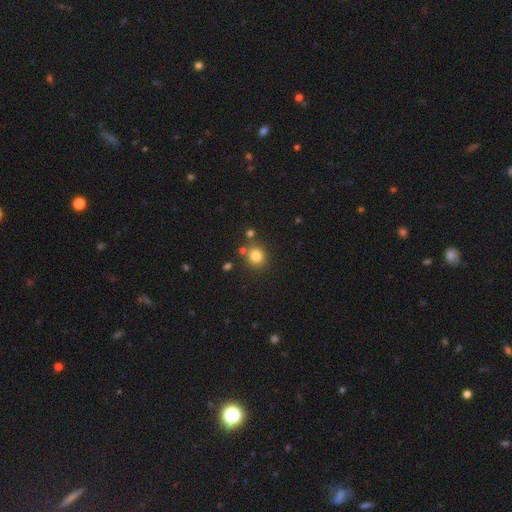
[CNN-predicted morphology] This is clearly a smooth galaxy (80%). How rounded: clearly round (85%). Merging: likely none (77%).